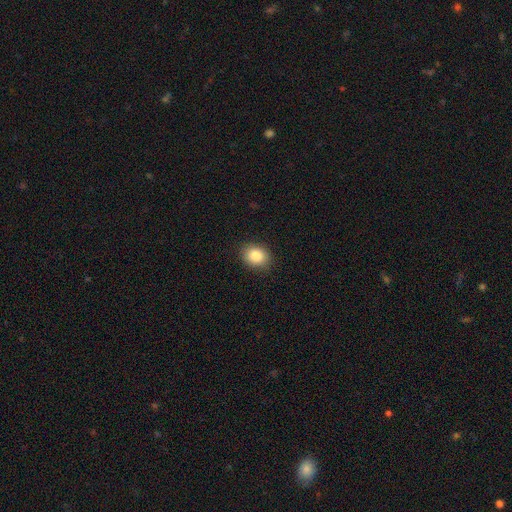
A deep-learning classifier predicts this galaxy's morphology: Q: Smooth or featured?
A: smooth (84%); runner-up: star or artifact (9%)
Q: How rounded?
A: in between (54%); runner-up: round (45%)
Q: Merging?
A: none (89%); runner-up: minor disturbance (8%)